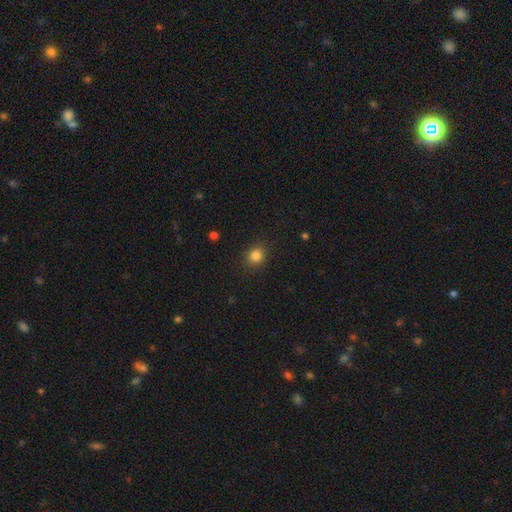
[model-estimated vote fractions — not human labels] The model was most divided on "how rounded": round: 78%, in between: 21%, cigar-shaped: 1%. More confident: merging — none (89%); smooth or featured — smooth (83%).